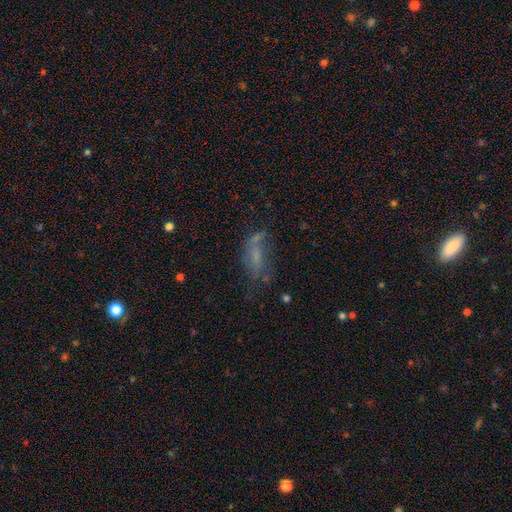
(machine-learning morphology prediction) smooth-or-featured: smooth: 49% | featured or disk: 35% | star or artifact: 15%
  merging: none: 37% | major disturbance: 29% | minor disturbance: 23% | merger: 11%